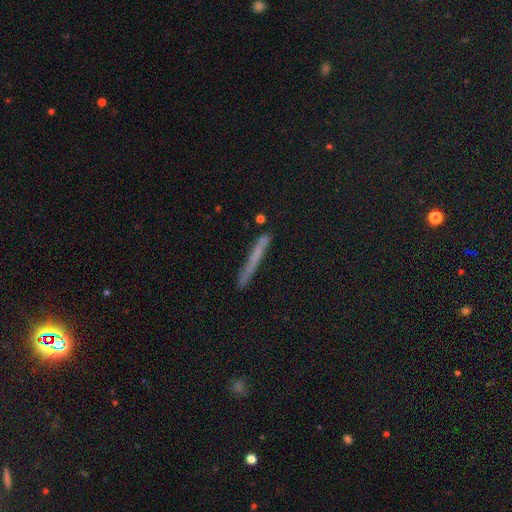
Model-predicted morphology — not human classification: Overall: smooth (58%; featured or disk 30%). How rounded: cigar-shaped (96%). Merging: none (82%).